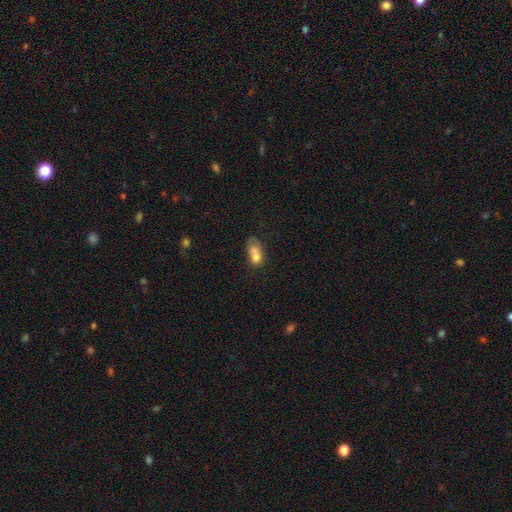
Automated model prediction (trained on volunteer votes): smooth_or_featured: smooth (p=0.69) [alt: featured or disk p=0.20]
how_rounded: in between (p=0.74) [alt: round p=0.22]
merging: merger (p=0.47) [alt: none p=0.22]